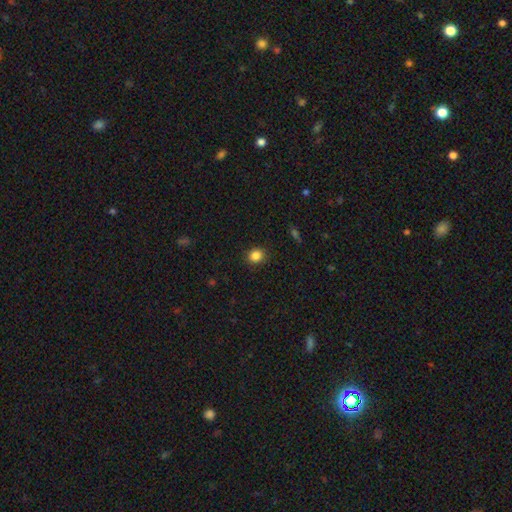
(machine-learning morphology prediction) The model was most divided on "how rounded": round: 76%, in between: 23%, cigar-shaped: 1%. More confident: merging — none (89%); smooth or featured — smooth (85%).